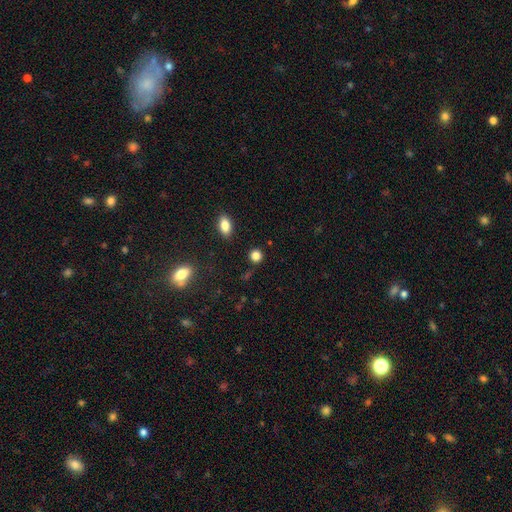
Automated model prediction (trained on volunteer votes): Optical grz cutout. It shows a smooth galaxy with no disk features (84%) that is round (88%). Merging: none (85%).